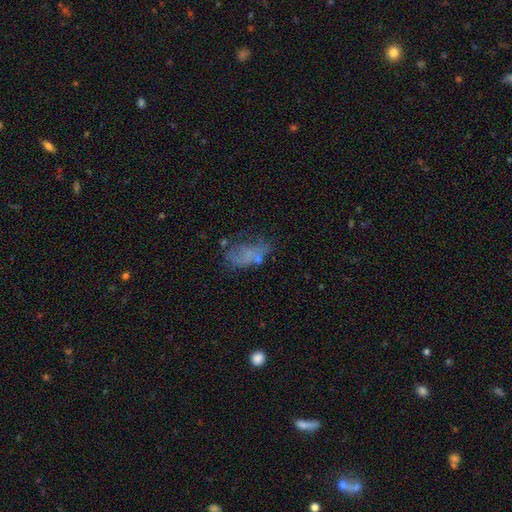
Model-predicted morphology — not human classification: This is possibly a smooth galaxy (46%). Merging: marginally none (35%).